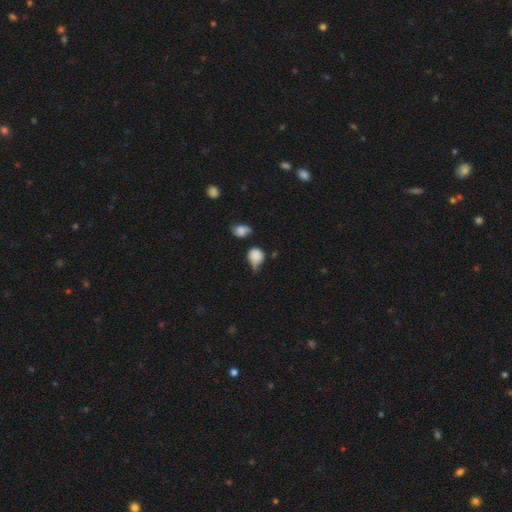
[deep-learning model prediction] Smooth or featured?
  - smooth: 78% *
  - featured or disk: 12%
  - star or artifact: 10%
How rounded?
  - round: 66% *
  - in between: 33%
  - cigar-shaped: 2%
Merging?
  - minor disturbance: 37% *
  - none: 35%
  - major disturbance: 17%
  - merger: 12%